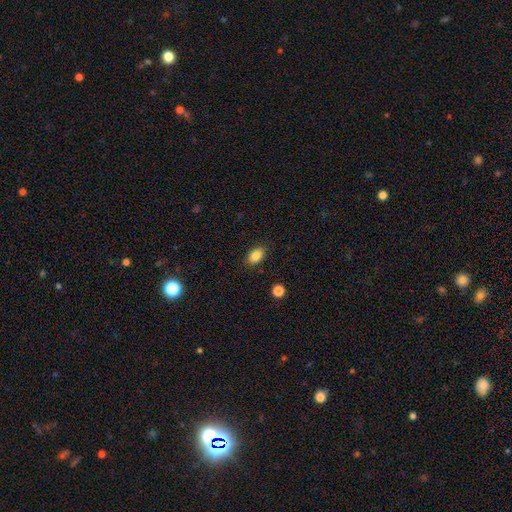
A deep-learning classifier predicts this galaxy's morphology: smooth_or_featured: smooth (p=0.85) [alt: star or artifact p=0.09]
how_rounded: in between (p=0.86) [alt: round p=0.13]
merging: none (p=0.86) [alt: minor disturbance p=0.10]